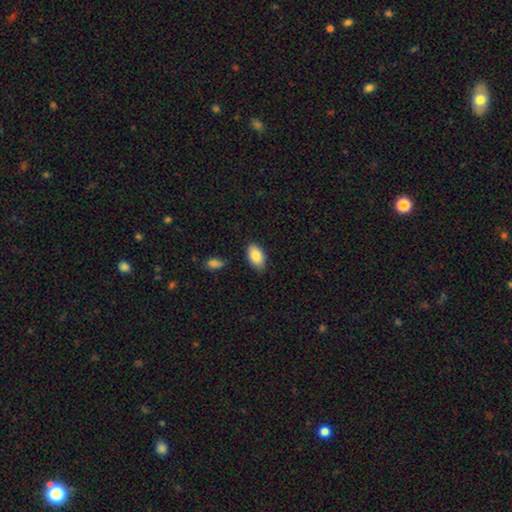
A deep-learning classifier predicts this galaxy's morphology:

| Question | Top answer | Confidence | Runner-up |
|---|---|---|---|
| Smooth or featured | smooth | 85% | featured or disk (8%) |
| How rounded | in between | 94% | round (4%) |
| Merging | none | 80% | minor disturbance (15%) |